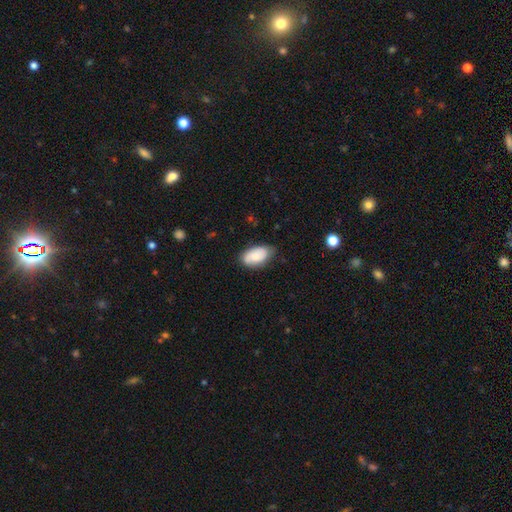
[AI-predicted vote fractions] Q: Smooth or featured?
A: smooth (71%); runner-up: featured or disk (22%)
Q: How rounded?
A: in between (93%); runner-up: round (5%)
Q: Merging?
A: none (71%); runner-up: minor disturbance (23%)